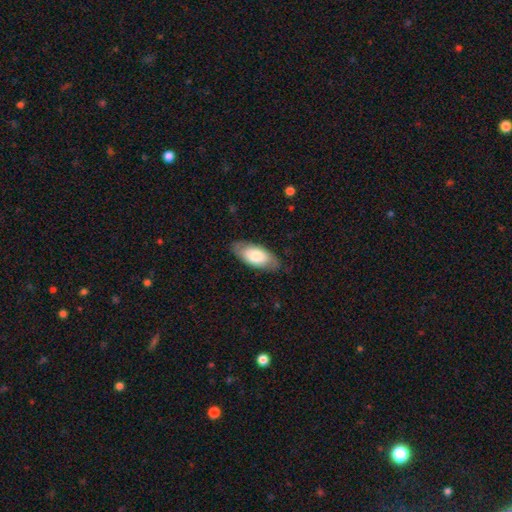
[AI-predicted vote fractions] Overall: smooth (72%). How rounded: in between (91%). Merging: none (80%).